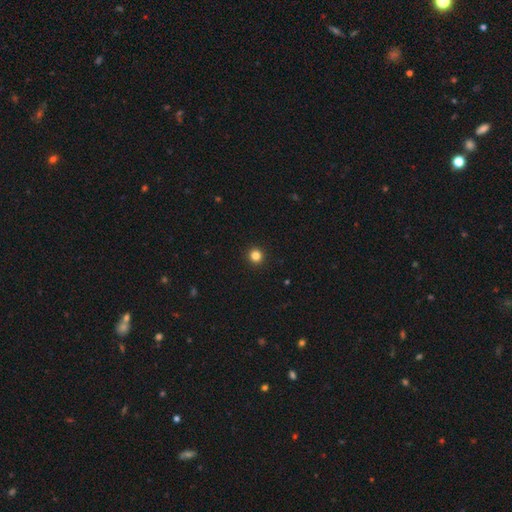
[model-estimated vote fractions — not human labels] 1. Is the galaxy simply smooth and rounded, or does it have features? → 83% smooth, 13% star or artifact, 4% featured or disk.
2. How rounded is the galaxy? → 95% round, 4% in between, 1% cigar-shaped.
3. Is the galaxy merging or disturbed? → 94% none, 4% minor disturbance, 1% major disturbance, 1% merger.